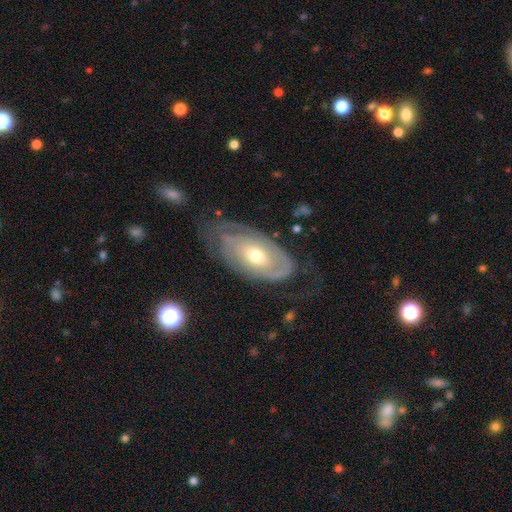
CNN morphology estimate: This appears to be a featured or disk galaxy (77%) with no bar (76%), 2 (41%) tight (67%) spiral arms (83%) and a moderate central bulge (61%). Merging: none (61%).